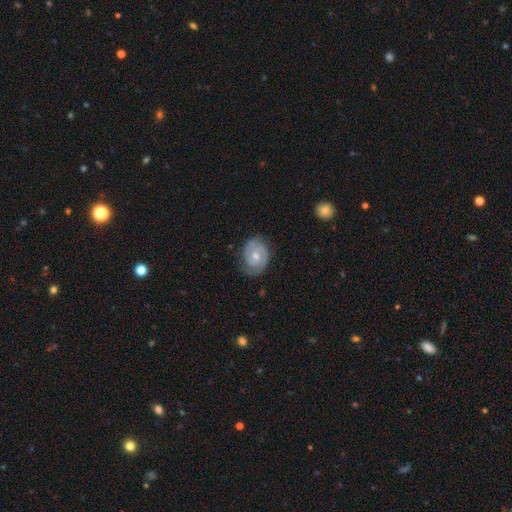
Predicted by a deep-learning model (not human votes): A featured or disk galaxy (79%) with no bar (61%), 2 (78%) tight (60%) spiral arms (93%) and a moderate central bulge (59%). Merging: none (76%).